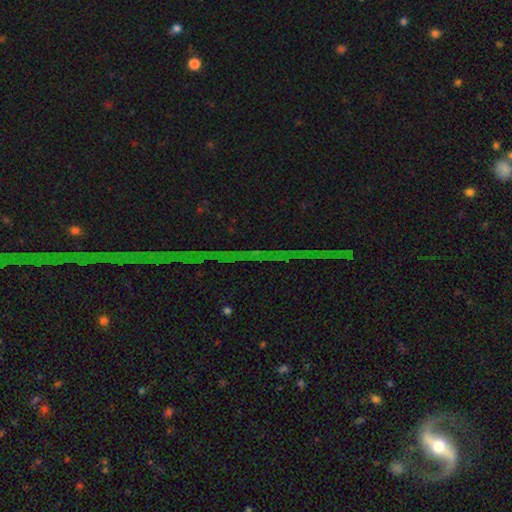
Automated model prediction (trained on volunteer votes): smooth_or_featured: star or artifact (p=0.69) [alt: featured or disk p=0.22]